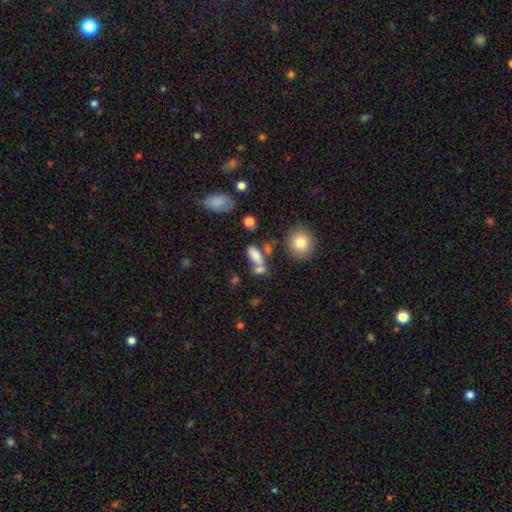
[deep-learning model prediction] Morphology: type=smooth (74%); roundness=in between (79%); merging=none (42%).